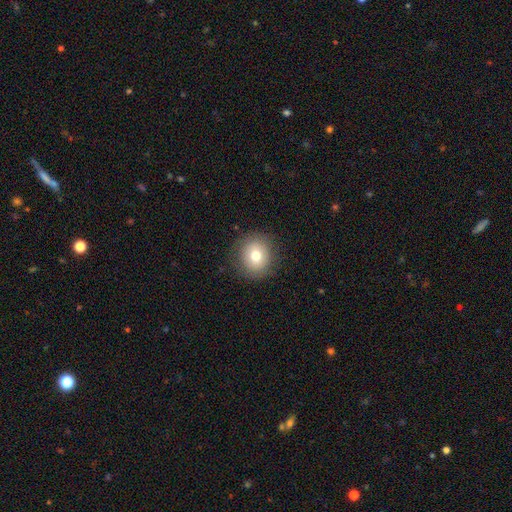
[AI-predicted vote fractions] Overall: smooth (74%). How rounded: round (87%). Merging: none (87%).